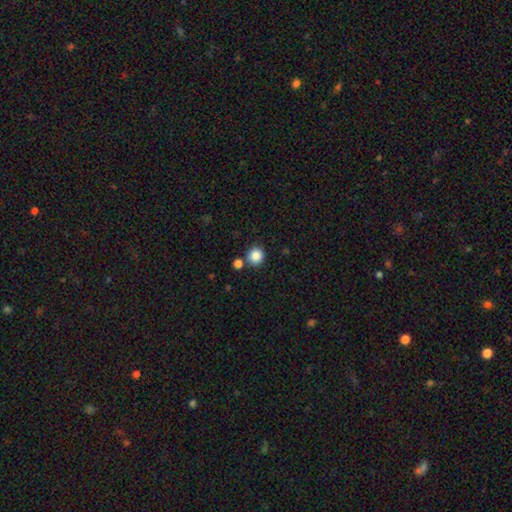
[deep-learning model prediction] Smooth or featured?
  - smooth: 86% *
  - star or artifact: 10%
  - featured or disk: 4%
How rounded?
  - round: 92% *
  - in between: 7%
  - cigar-shaped: 1%
Merging?
  - none: 79% *
  - merger: 11%
  - minor disturbance: 8%
  - major disturbance: 3%